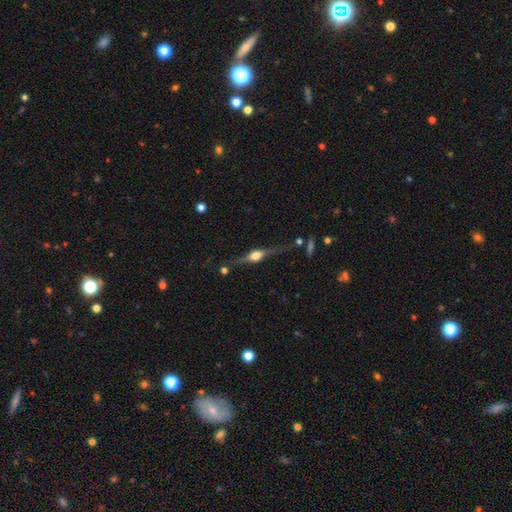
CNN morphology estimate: type=featured or disk (80%); edge-on=yes (97%); edge-on bulge=rounded (94%); merging=none (77%).